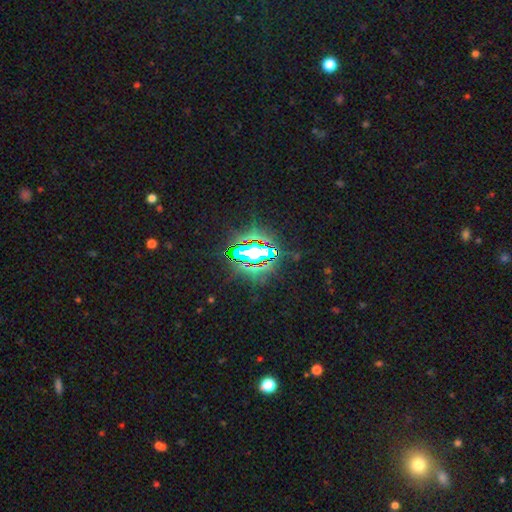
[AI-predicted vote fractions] A star or artifact, not a galaxy (82%).

Vote fractions:
- Smooth or featured? star or artifact: 82% / smooth: 10% / featured or disk: 7%